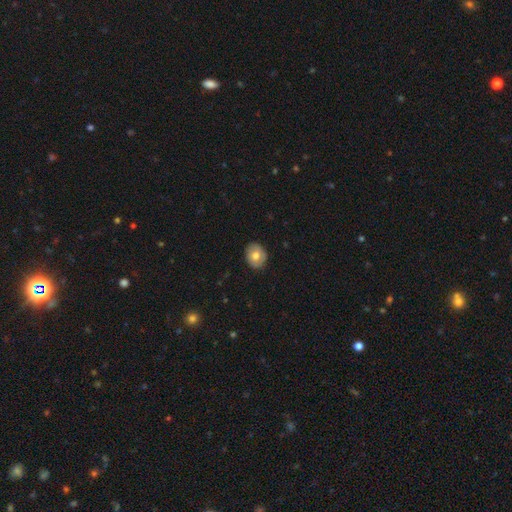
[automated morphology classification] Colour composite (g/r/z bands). It shows a smooth galaxy with no disk features (72%) that is round (61%). Merging: none (87%).